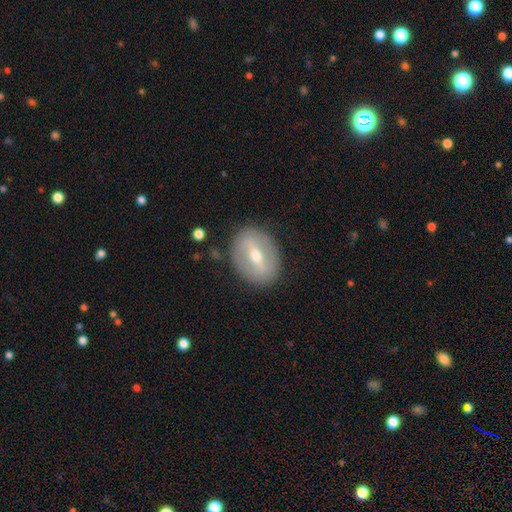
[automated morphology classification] Smooth or featured? Predicted: featured or disk (p=0.58). Edge-on disk? Predicted: no (p=0.86). Merging? Predicted: none (p=0.86).